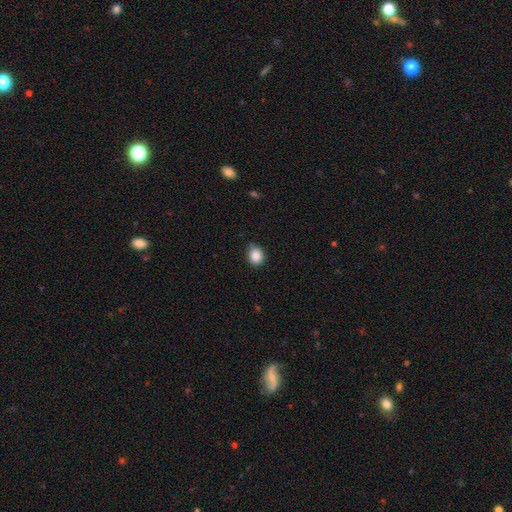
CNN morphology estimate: smooth-or-featured: smooth: 87% | star or artifact: 9% | featured or disk: 4%
  how-rounded: round: 58% | in between: 41% | cigar-shaped: 1%
  merging: none: 74% | minor disturbance: 21% | major disturbance: 3% | merger: 1%